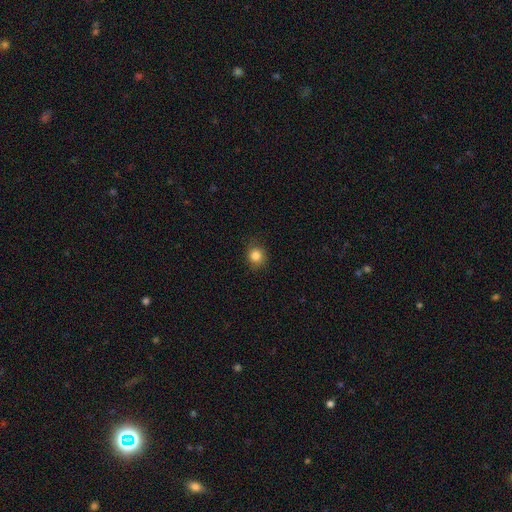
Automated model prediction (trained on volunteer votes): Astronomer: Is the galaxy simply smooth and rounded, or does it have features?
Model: smooth — 84%.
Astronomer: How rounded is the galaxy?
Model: round — 80%.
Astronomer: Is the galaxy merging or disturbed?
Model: none — 83%.